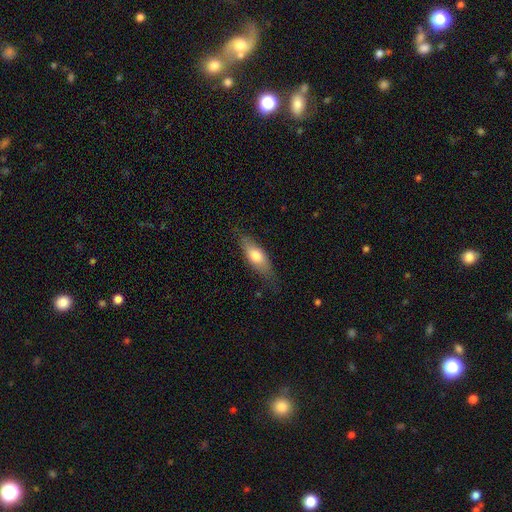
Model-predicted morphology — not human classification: This is likely a smooth galaxy (68%). How rounded: likely in between (65%). Merging: likely none (75%).